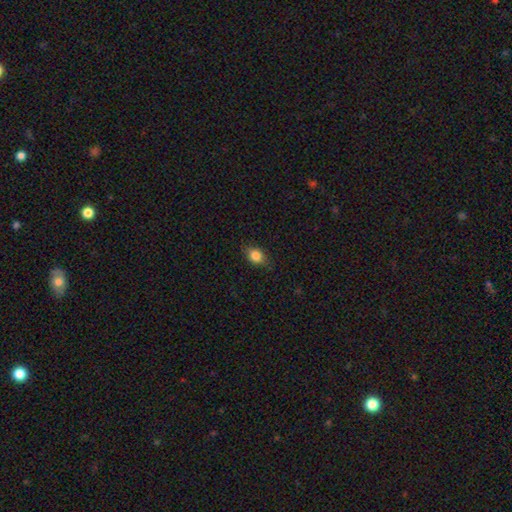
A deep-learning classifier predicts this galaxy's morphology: A smooth galaxy with no disk features (84%) that is in between round and cigar-shaped (64%). Merging: none (82%).